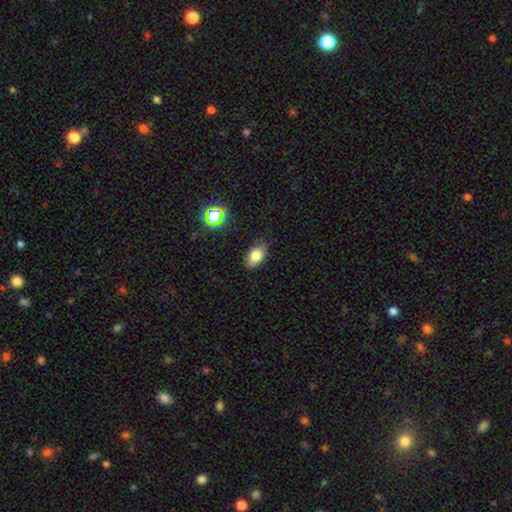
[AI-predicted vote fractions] smooth 78%, star or artifact 11%, featured or disk 11%. Down the decision tree: how rounded — in between (89%); merging — none (82%).